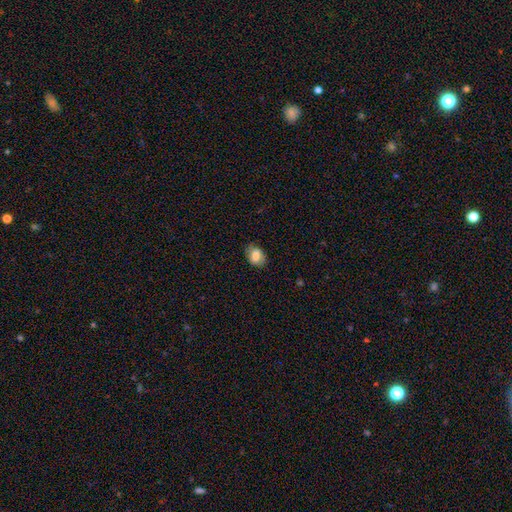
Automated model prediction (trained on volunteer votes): Morphology: type=smooth (77%); roundness=in between (74%); merging=none (77%).